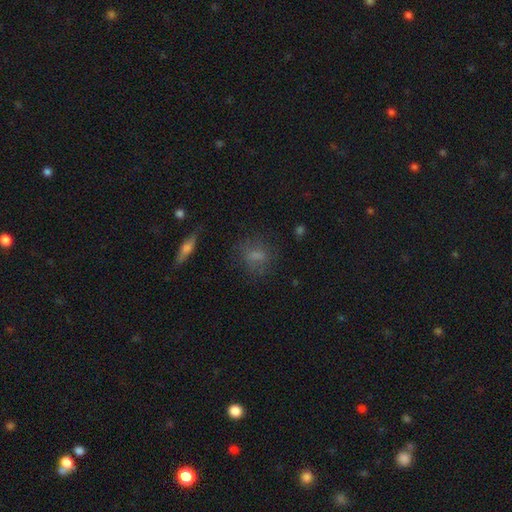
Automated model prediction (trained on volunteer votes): Smooth or featured? Predicted: smooth (p=0.65). How rounded? Predicted: in between (p=0.51). Merging? Predicted: none (p=0.66).